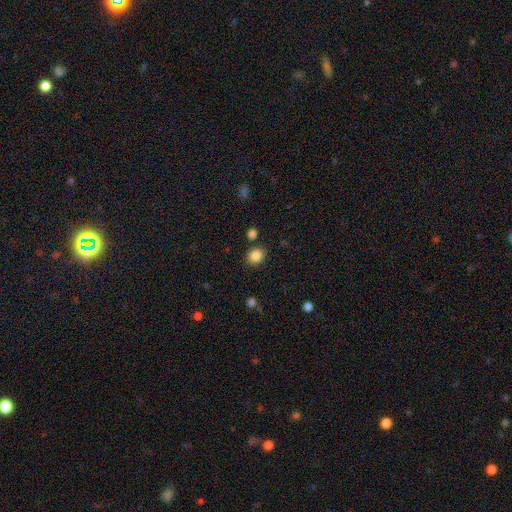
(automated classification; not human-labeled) This is clearly a smooth galaxy (86%). How rounded: possibly round (50%). Merging: clearly none (83%).